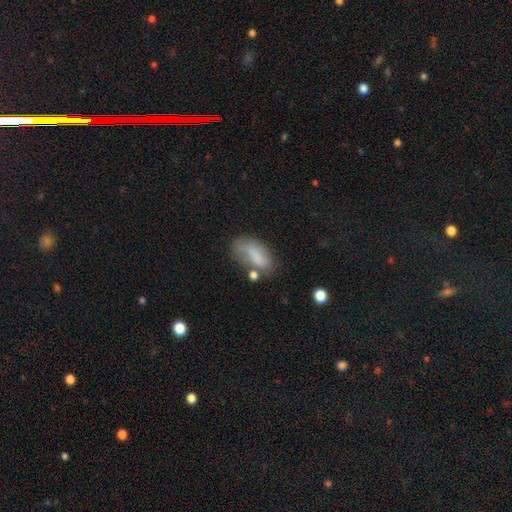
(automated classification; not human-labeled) The model was most divided on "merging": none: 43%, minor disturbance: 28%, major disturbance: 18%, merger: 10%. More confident: how rounded — in between (87%); smooth or featured — smooth (73%).